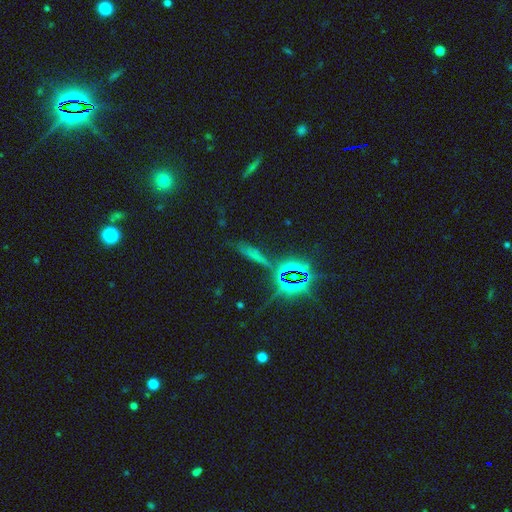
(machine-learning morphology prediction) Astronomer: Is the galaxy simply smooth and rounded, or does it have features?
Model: star or artifact — 47% (runner-up: smooth, 37%).